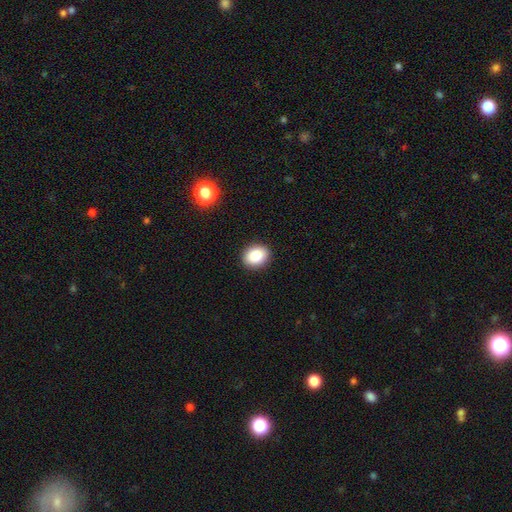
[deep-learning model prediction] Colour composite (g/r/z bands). It shows a smooth galaxy with no disk features (87%) that is in between round and cigar-shaped (57%). Merging: none (90%).